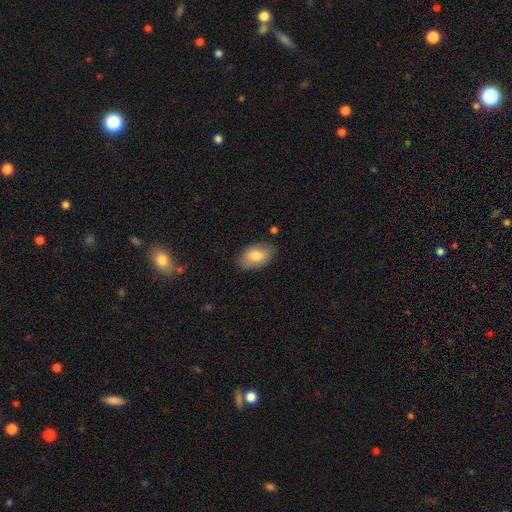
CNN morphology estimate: Smooth or featured?
  - smooth: 79% *
  - featured or disk: 14%
  - star or artifact: 7%
How rounded?
  - in between: 92% *
  - round: 7%
  - cigar-shaped: 1%
Merging?
  - none: 81% *
  - minor disturbance: 14%
  - major disturbance: 3%
  - merger: 2%